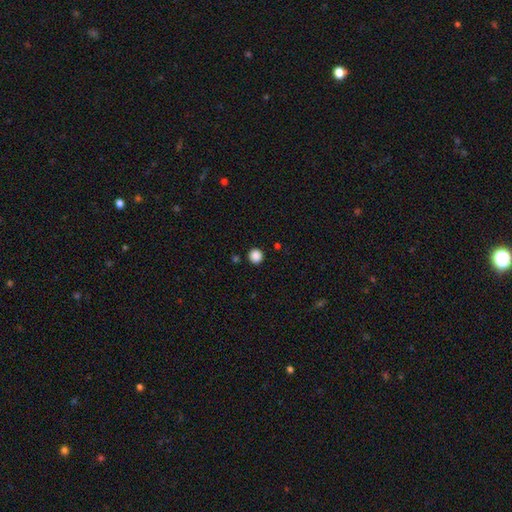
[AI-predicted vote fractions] Smooth or featured? Predicted: smooth (p=0.88). How rounded? Predicted: round (p=0.94). Merging? Predicted: none (p=0.92).